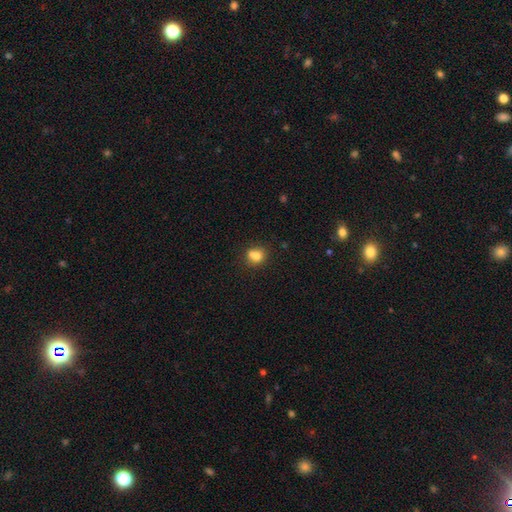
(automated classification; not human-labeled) Smooth or featured? Predicted: smooth (p=0.77). How rounded? Predicted: round (p=0.69). Merging? Predicted: none (p=0.49).